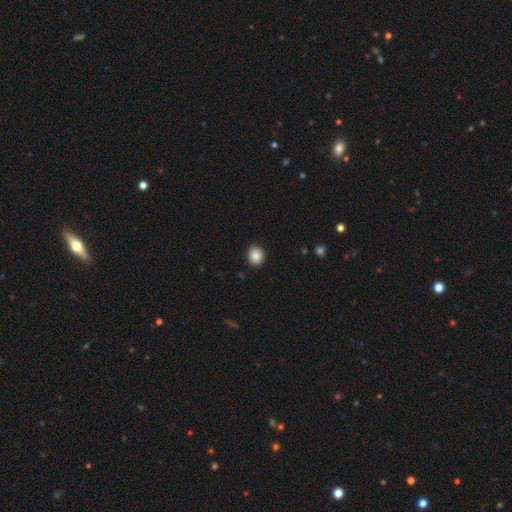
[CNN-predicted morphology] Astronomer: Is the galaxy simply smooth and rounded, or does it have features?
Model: smooth — 87%.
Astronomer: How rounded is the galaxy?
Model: round — 75%.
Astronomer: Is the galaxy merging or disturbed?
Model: none — 87%.